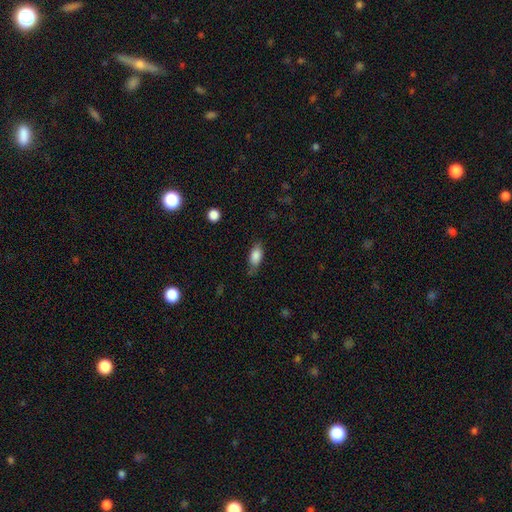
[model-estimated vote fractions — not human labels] Smooth or featured?
  - smooth: 84% *
  - featured or disk: 8%
  - star or artifact: 7%
How rounded?
  - in between: 87% *
  - cigar-shaped: 9%
  - round: 4%
Merging?
  - none: 66% *
  - minor disturbance: 25%
  - major disturbance: 7%
  - merger: 2%